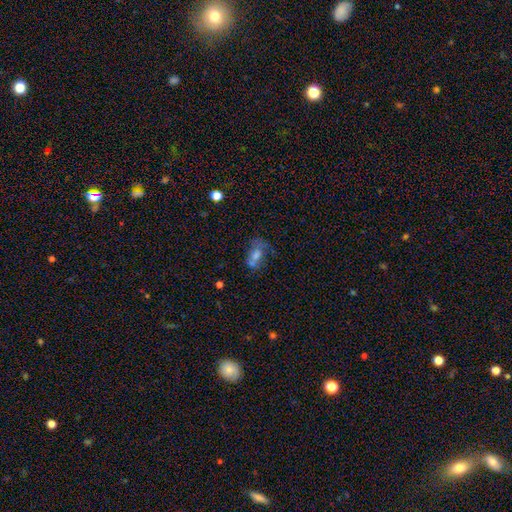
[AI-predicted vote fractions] smooth_or_featured: smooth (p=0.58) [alt: featured or disk p=0.27]
how_rounded: in between (p=0.76) [alt: round p=0.20]
merging: merger (p=0.34) [alt: none p=0.28]